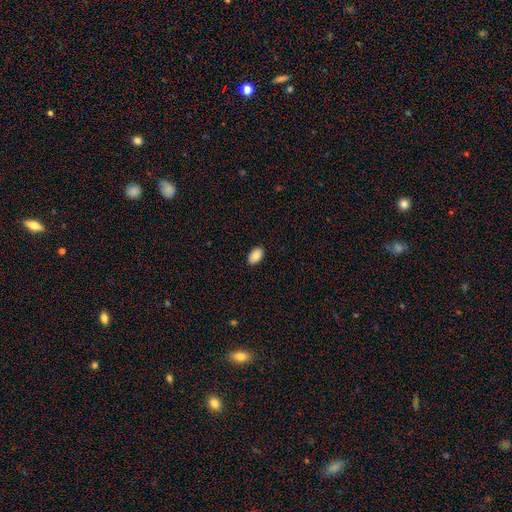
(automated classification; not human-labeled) Smooth or featured? smooth (88%)
How rounded? in between (91%)
Merging? none (89%)